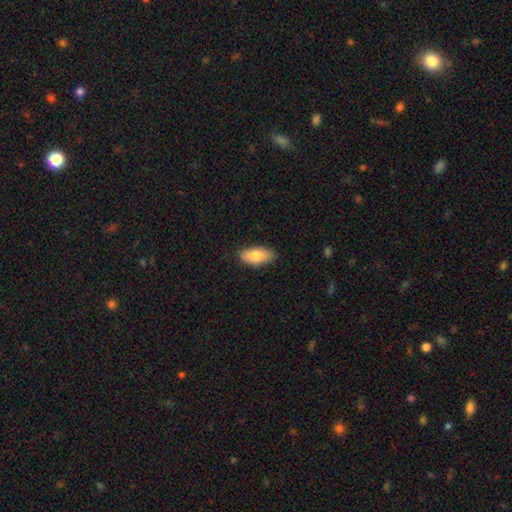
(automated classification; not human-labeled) Q: Smooth or featured?
A: smooth (82%); runner-up: featured or disk (12%)
Q: How rounded?
A: in between (88%); runner-up: cigar-shaped (10%)
Q: Merging?
A: none (86%); runner-up: minor disturbance (11%)